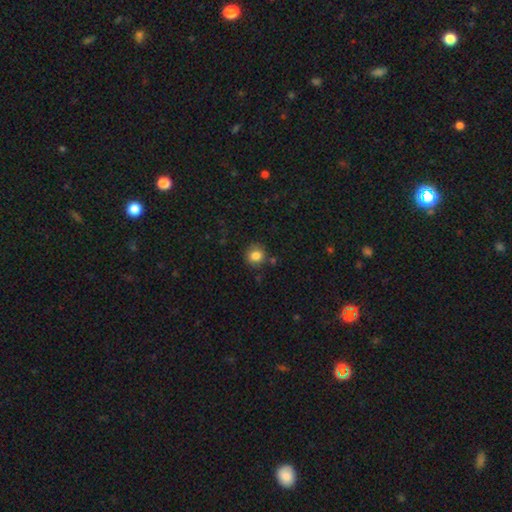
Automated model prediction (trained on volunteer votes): Q: Smooth or featured?
A: smooth (84%); runner-up: star or artifact (11%)
Q: How rounded?
A: round (86%); runner-up: in between (13%)
Q: Merging?
A: none (81%); runner-up: minor disturbance (11%)